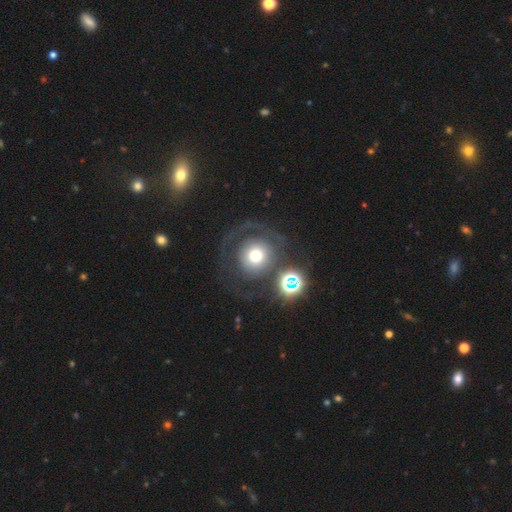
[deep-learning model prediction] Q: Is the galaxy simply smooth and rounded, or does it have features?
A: smooth — 48%.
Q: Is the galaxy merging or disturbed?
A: none — 51%.